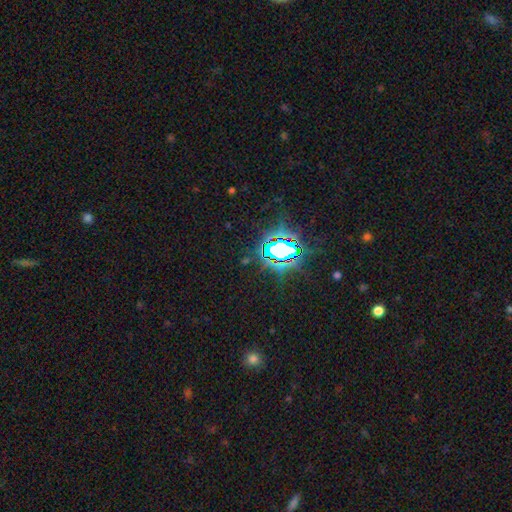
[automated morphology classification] star or artifact 81%, smooth 12%, featured or disk 7%.